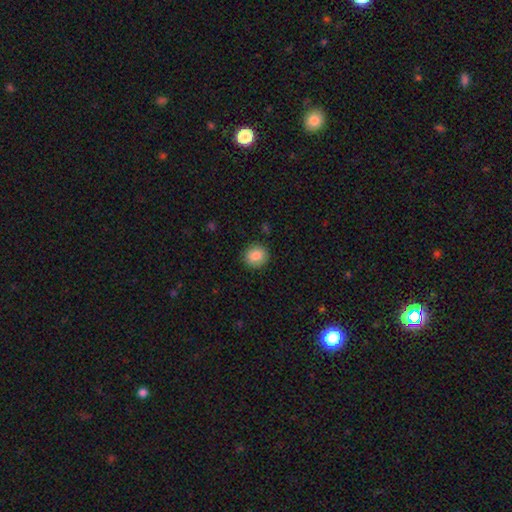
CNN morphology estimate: smooth-or-featured: smooth: 86% | star or artifact: 9% | featured or disk: 5%
  how-rounded: round: 84% | in between: 15% | cigar-shaped: 1%
  merging: none: 89% | minor disturbance: 7% | major disturbance: 2% | merger: 1%